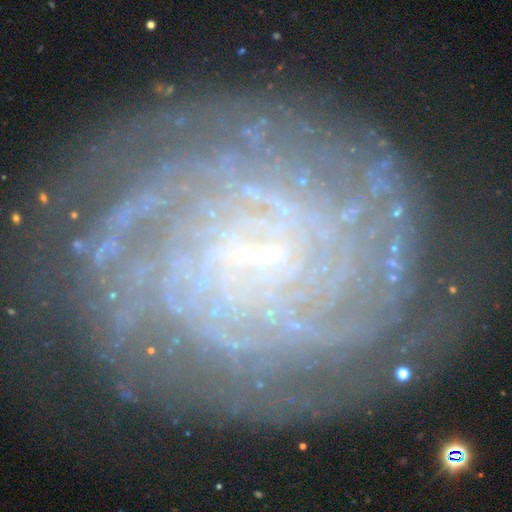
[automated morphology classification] Smooth or featured? featured or disk (86%)
Edge-on disk? no (97%)
Bar? weak (44%)
Spiral arms? yes (96%)
Spiral winding? tight (80%)
Spiral arm count? can't tell (31%)
Bulge size? small (78%)
Merging? none (75%)